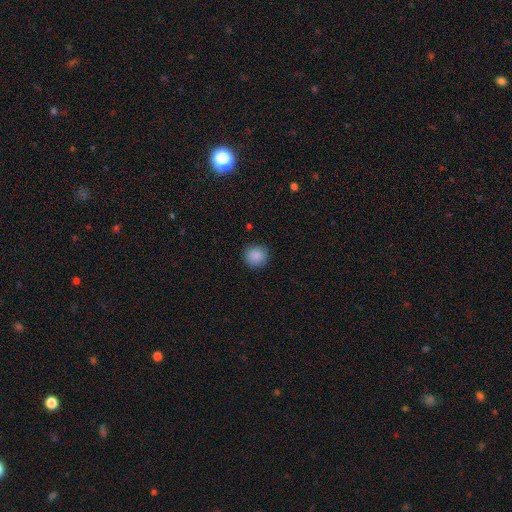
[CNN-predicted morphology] Smooth or featured: smooth — 88% (star or artifact — 9%)
How rounded: round — 93% (in between — 6%)
Merging: none — 89% (minor disturbance — 7%)